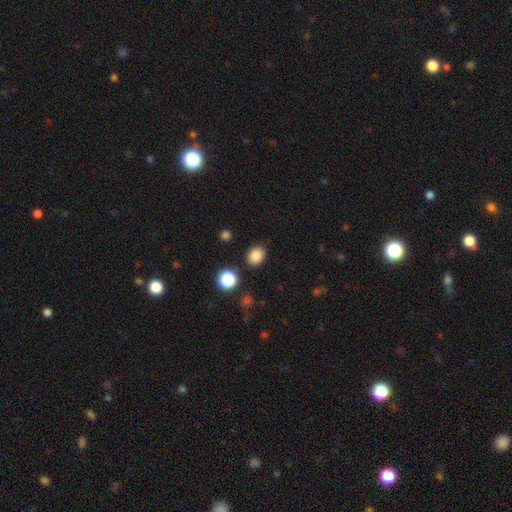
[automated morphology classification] smooth 85%, star or artifact 11%, featured or disk 4%. Down the decision tree: how rounded — in between (50%); merging — none (86%).